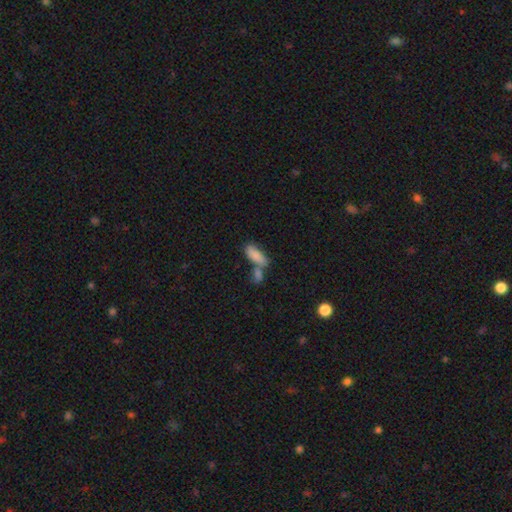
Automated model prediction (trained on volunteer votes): A smooth galaxy with no disk features (83%) that is in between round and cigar-shaped (75%). Merging: merger (49%).